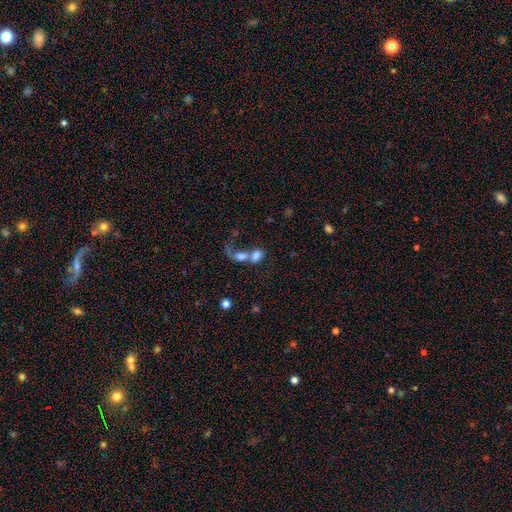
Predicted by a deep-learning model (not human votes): A smooth galaxy with no disk features (68%) that is in between round and cigar-shaped (72%).

Vote fractions:
- Smooth or featured? smooth: 68% / featured or disk: 21% / star or artifact: 11%
- How rounded? in between: 72% / round: 25% / cigar-shaped: 3%
- Merging? merger: 72% / none: 13% / major disturbance: 10% / minor disturbance: 5%